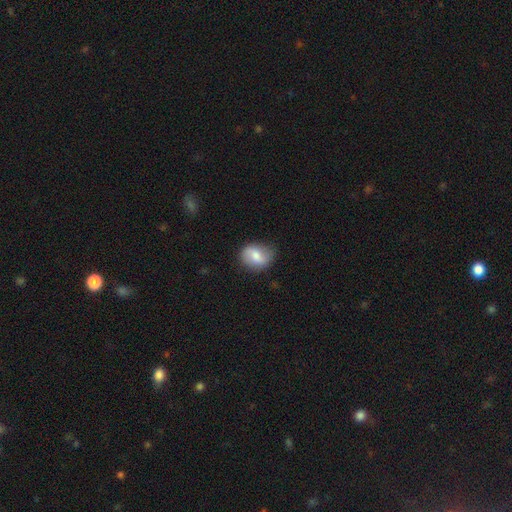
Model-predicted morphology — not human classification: Smooth or featured?
  - smooth: 58% *
  - featured or disk: 35%
  - star or artifact: 7%
How rounded?
  - in between: 52% *
  - round: 46%
  - cigar-shaped: 2%
Merging?
  - none: 76% *
  - minor disturbance: 18%
  - major disturbance: 4%
  - merger: 1%